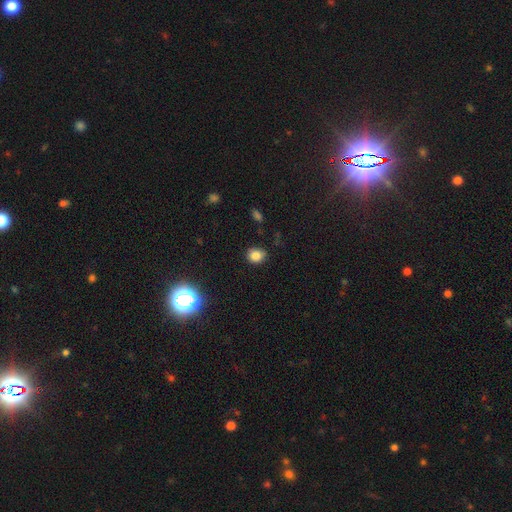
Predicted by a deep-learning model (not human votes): Smooth or featured? smooth (81%)
How rounded? round (70%)
Merging? none (81%)